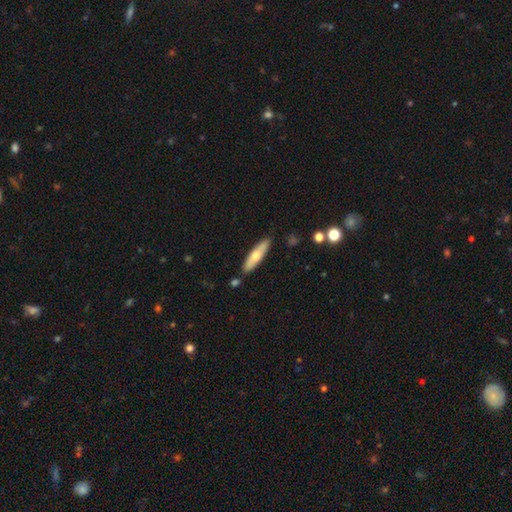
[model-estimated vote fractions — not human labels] A smooth galaxy with no disk features (59%) that is cigar-shaped (71%).

Vote fractions:
- Smooth or featured? smooth: 59% / featured or disk: 36% / star or artifact: 5%
- How rounded? cigar-shaped: 71% / in between: 27% / round: 2%
- Merging? none: 86% / minor disturbance: 10% / merger: 3% / major disturbance: 2%